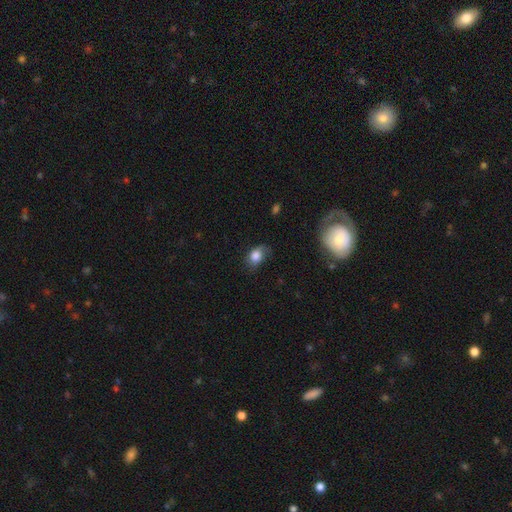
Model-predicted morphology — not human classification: A smooth galaxy with no disk features (79%) that is in between round and cigar-shaped (66%).

Vote fractions:
- Smooth or featured? smooth: 79% / featured or disk: 12% / star or artifact: 9%
- How rounded? in between: 66% / round: 32% / cigar-shaped: 1%
- Merging? none: 50% / minor disturbance: 34% / major disturbance: 14% / merger: 2%